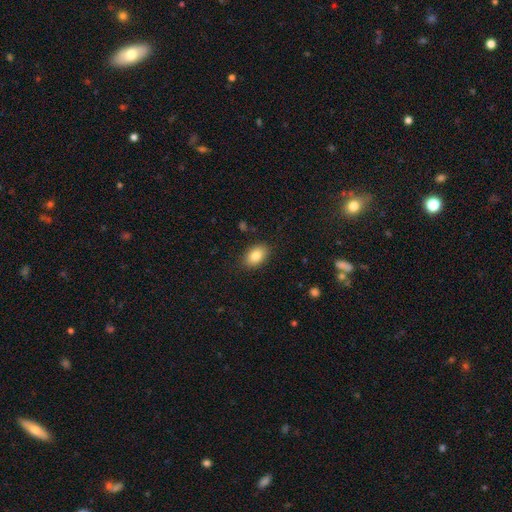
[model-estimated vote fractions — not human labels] A smooth galaxy with no disk features (84%) that is in between round and cigar-shaped (87%).

Vote fractions:
- Smooth or featured? smooth: 84% / featured or disk: 8% / star or artifact: 8%
- How rounded? in between: 87% / round: 12% / cigar-shaped: 1%
- Merging? none: 87% / minor disturbance: 10% / major disturbance: 2% / merger: 1%